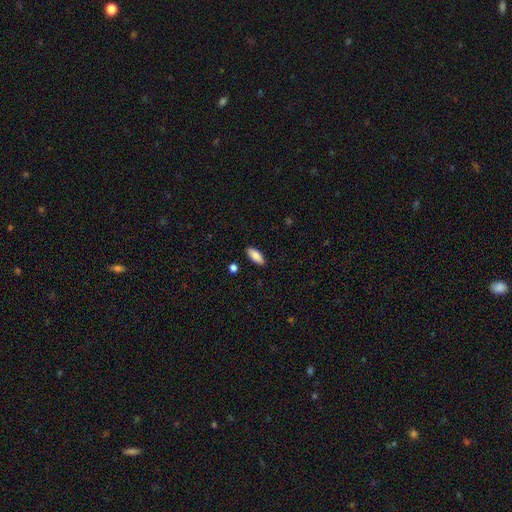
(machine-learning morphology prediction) The model was most divided on "how rounded": in between: 82%, cigar-shaped: 16%, round: 2%. More confident: merging — none (87%); smooth or featured — smooth (86%).